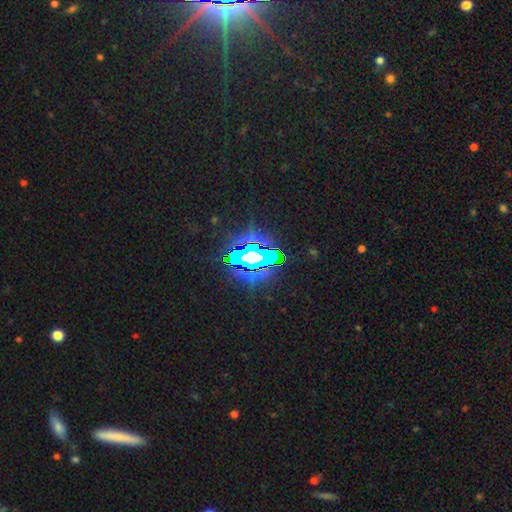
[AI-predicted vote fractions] This appears to be a star or artifact, not a galaxy (70%).